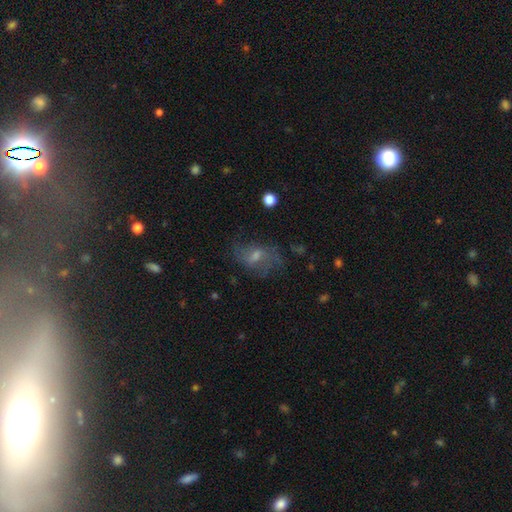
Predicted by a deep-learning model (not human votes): Smooth or featured?
  - featured or disk: 54% *
  - smooth: 32%
  - star or artifact: 14%
Edge-on disk?
  - no: 95% *
  - yes: 5%
Bar?
  - no: 48% *
  - weak: 44%
  - strong: 8%
Spiral arms?
  - yes: 71% *
  - no: 29%
Bulge size?
  - moderate: 42% *
  - small: 39%
  - none: 12%
  - large: 5%
  - dominant: 1%
Merging?
  - none: 56% *
  - minor disturbance: 21%
  - major disturbance: 21%
  - merger: 2%